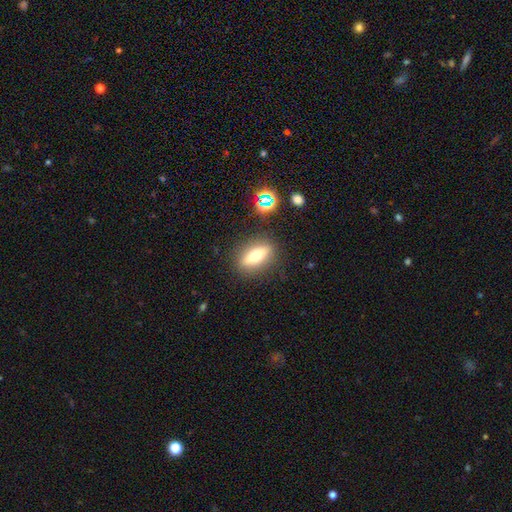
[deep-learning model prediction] smooth-or-featured: smooth: 51% | featured or disk: 39% | star or artifact: 10%
  how-rounded: in between: 56% | cigar-shaped: 38% | round: 6%
  merging: none: 85% | minor disturbance: 9% | major disturbance: 4% | merger: 2%